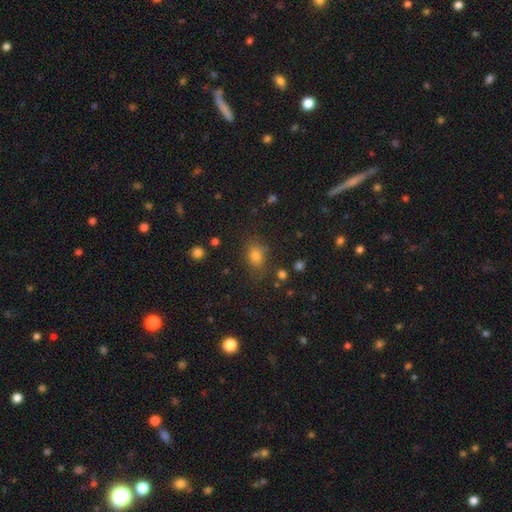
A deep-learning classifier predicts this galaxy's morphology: smooth 76%, star or artifact 17%, featured or disk 7%. Down the decision tree: how rounded — in between (61%); merging — none (75%).